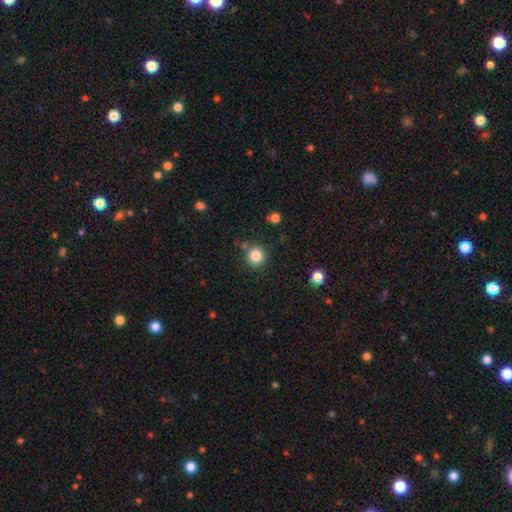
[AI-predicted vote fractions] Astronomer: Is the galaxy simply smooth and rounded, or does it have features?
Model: smooth — 84%.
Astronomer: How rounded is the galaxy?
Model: round — 93%.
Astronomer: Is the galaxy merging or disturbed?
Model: none — 83%.